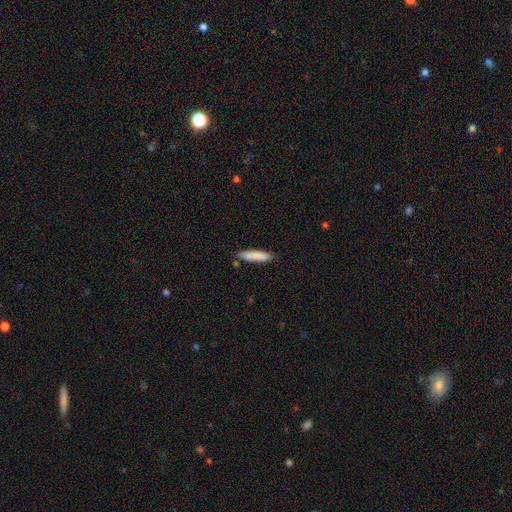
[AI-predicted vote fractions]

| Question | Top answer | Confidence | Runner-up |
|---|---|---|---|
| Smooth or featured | smooth | 84% | featured or disk (10%) |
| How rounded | cigar-shaped | 76% | in between (23%) |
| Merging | none | 78% | minor disturbance (15%) |